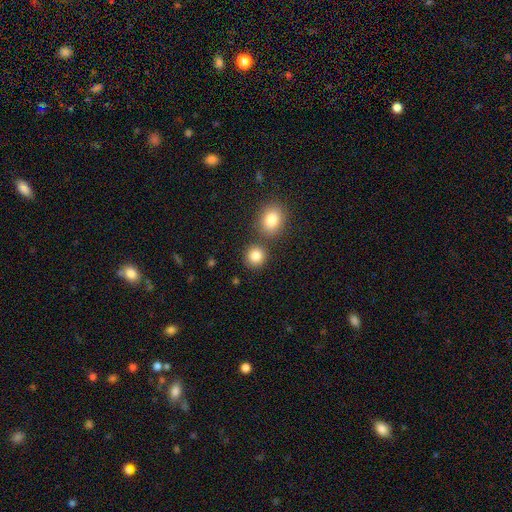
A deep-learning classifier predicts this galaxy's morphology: Q: Smooth or featured?
A: smooth (84%); runner-up: star or artifact (10%)
Q: How rounded?
A: round (86%); runner-up: in between (13%)
Q: Merging?
A: none (76%); runner-up: merger (14%)